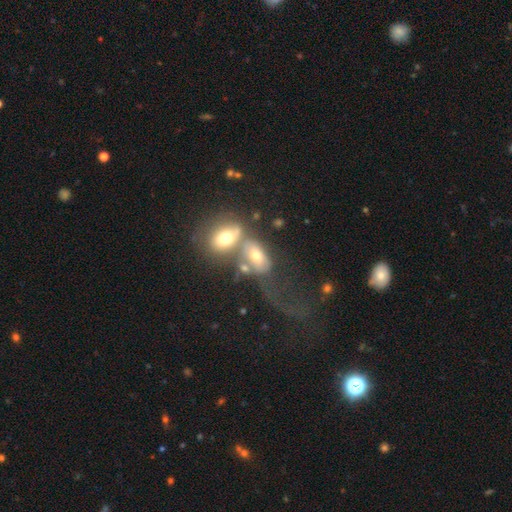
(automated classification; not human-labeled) Q: Smooth or featured?
A: smooth (56%); runner-up: featured or disk (33%)
Q: How rounded?
A: in between (83%); runner-up: round (14%)
Q: Merging?
A: merger (59%); runner-up: major disturbance (18%)